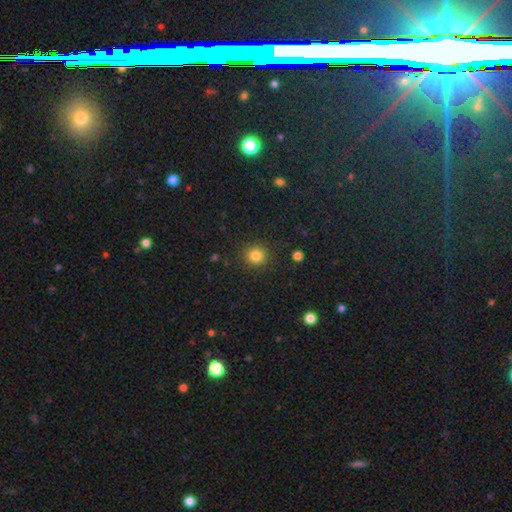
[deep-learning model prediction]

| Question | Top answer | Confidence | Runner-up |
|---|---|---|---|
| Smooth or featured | smooth | 83% | star or artifact (12%) |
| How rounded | round | 90% | in between (9%) |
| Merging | none | 89% | minor disturbance (7%) |